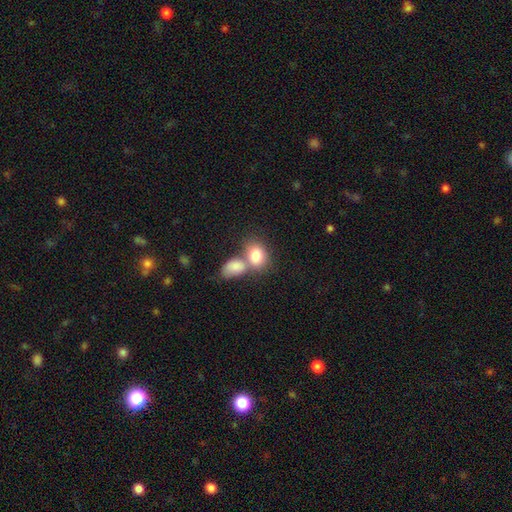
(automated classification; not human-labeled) Overall: smooth (81%). How rounded: in between (69%; round 29%). Merging: merger (54%; none 32%).